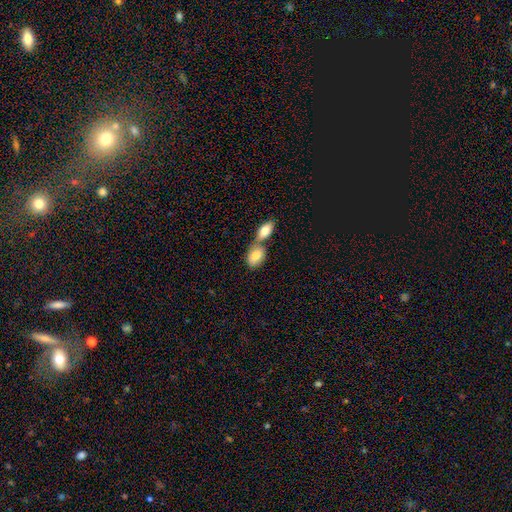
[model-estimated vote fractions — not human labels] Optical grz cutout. It shows a smooth galaxy with no disk features (82%) that is in between round and cigar-shaped (87%). Merging: merger (60%).